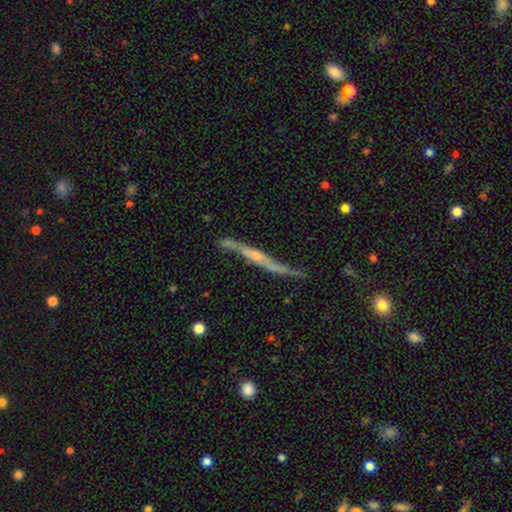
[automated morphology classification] type=featured or disk (75%); edge-on=yes (83%); edge-on bulge=rounded (52%); merging=none (57%).